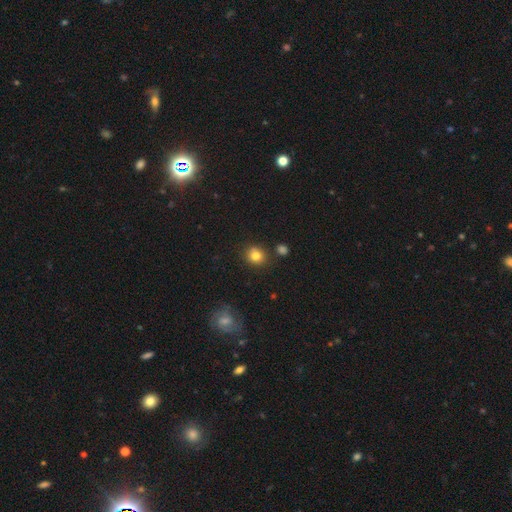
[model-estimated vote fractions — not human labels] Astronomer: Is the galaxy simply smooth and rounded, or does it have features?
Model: smooth — 81%.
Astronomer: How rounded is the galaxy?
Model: round — 78%.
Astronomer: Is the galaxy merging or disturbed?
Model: none — 82%.